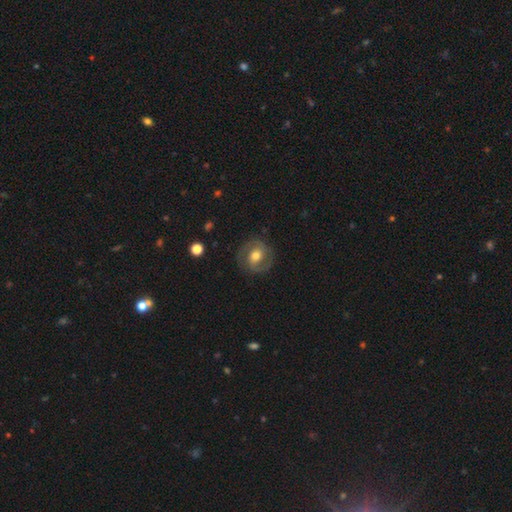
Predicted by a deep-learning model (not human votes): This appears to be a featured or disk galaxy (60%) with no bar (44%), spiral arms (77%) and a moderate central bulge (71%). Merging: none (83%).